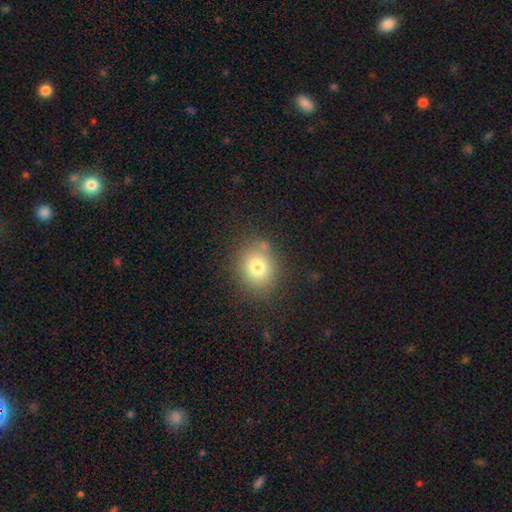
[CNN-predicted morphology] Q: Smooth or featured?
A: smooth (74%); runner-up: star or artifact (18%)
Q: How rounded?
A: round (71%); runner-up: in between (28%)
Q: Merging?
A: none (87%); runner-up: minor disturbance (9%)